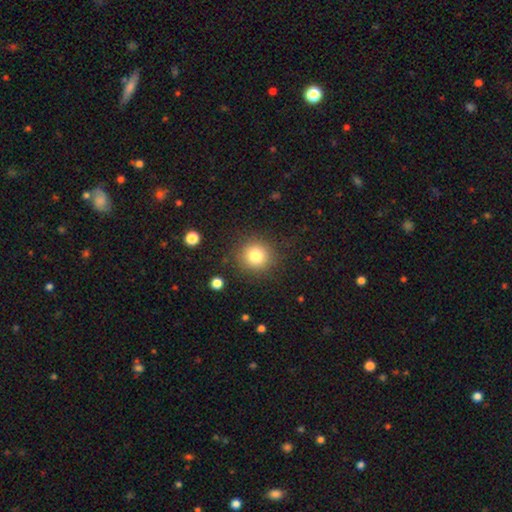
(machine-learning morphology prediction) This is clearly a smooth galaxy (81%). How rounded: clearly round (91%). Merging: clearly none (87%).